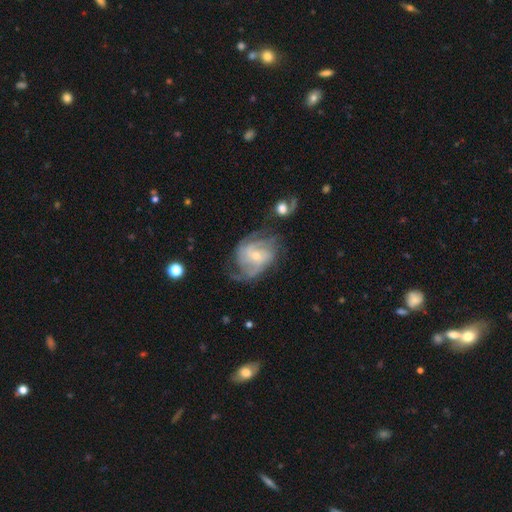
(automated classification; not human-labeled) A featured or disk galaxy (85%) with no bar (57%), 2 (30%) tight (42%, tied with medium) spiral arms (95%) and a small central bulge (61%). Merging: none (54%).